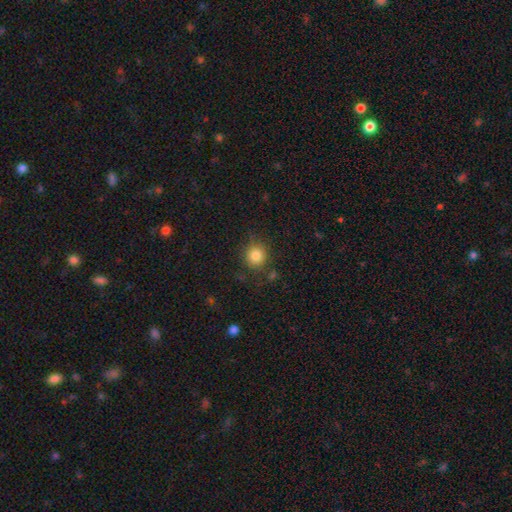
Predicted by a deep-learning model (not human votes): Smooth or featured?
  - smooth: 83% *
  - star or artifact: 11%
  - featured or disk: 6%
How rounded?
  - round: 89% *
  - in between: 10%
  - cigar-shaped: 1%
Merging?
  - none: 80% *
  - minor disturbance: 13%
  - major disturbance: 4%
  - merger: 3%